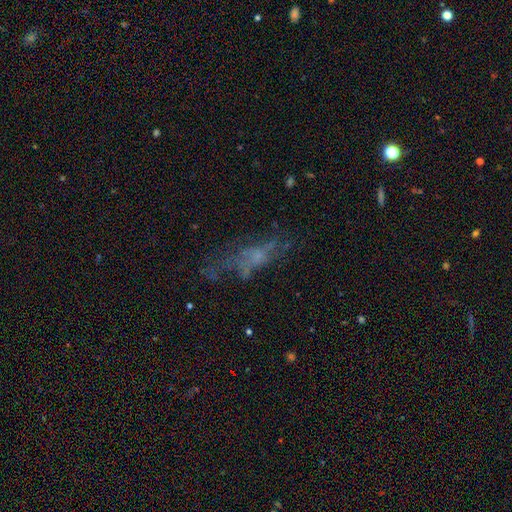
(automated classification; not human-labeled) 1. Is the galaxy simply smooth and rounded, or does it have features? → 45% featured or disk, 35% smooth, 20% star or artifact.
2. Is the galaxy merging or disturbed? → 45% none, 30% major disturbance, 20% minor disturbance, 5% merger.